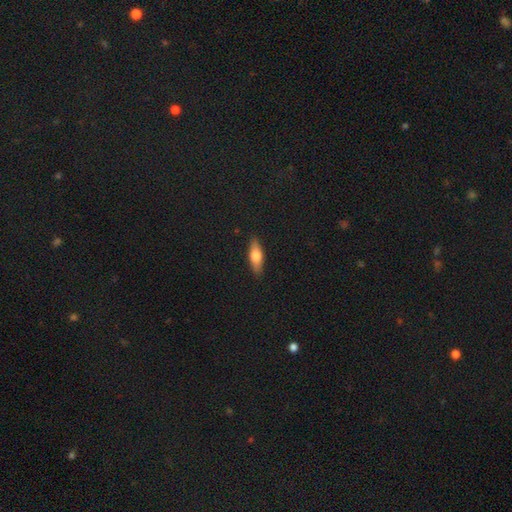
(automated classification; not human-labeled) Overall: smooth (66%; featured or disk 27%). How rounded: in between (59%; cigar-shaped 37%). Merging: none (88%).